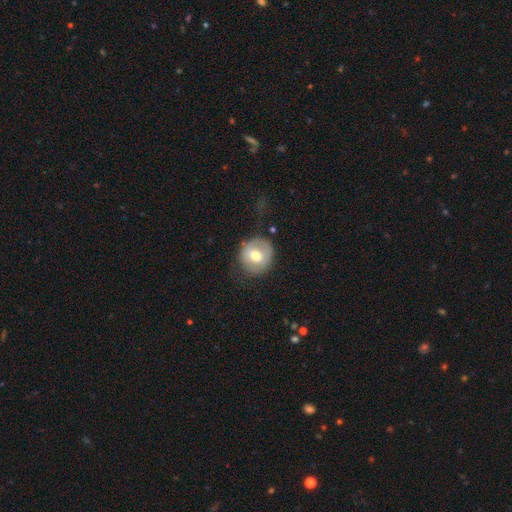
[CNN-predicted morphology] This appears to be a smooth galaxy with no disk features (61%) that is round (87%). Merging: none (74%).